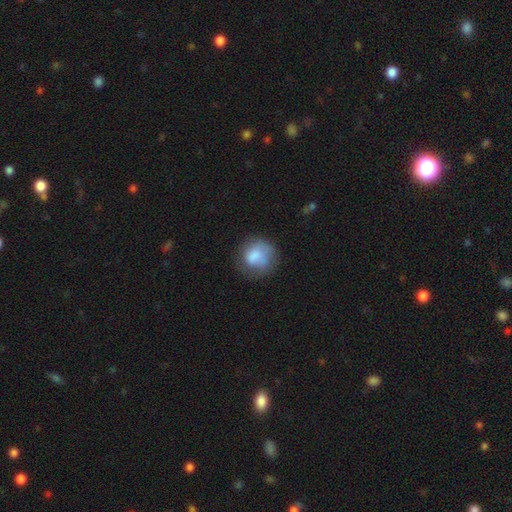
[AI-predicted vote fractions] Morphology: type=smooth (74%); roundness=round (83%); merging=none (59%).